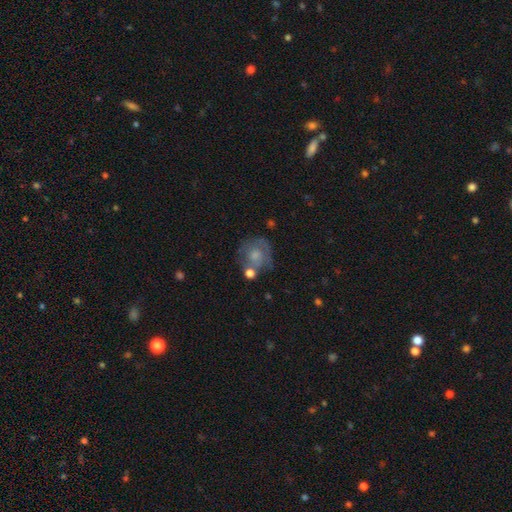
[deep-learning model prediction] Smooth or featured? Predicted: smooth (p=0.58). How rounded? Predicted: round (p=0.78). Merging? Predicted: none (p=0.46).